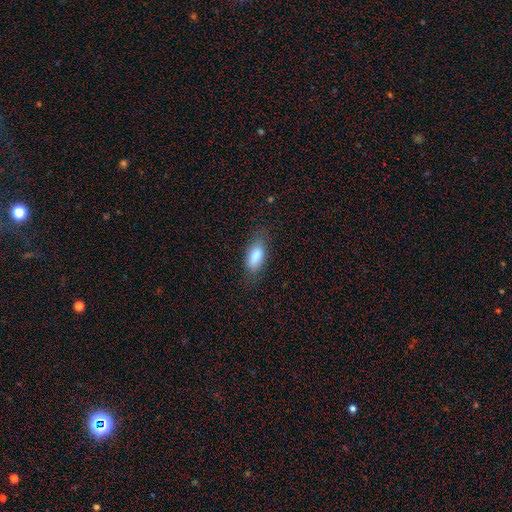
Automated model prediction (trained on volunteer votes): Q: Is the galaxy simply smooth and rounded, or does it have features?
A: smooth — 83%.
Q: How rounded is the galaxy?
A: in between — 87%.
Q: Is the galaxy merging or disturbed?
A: none — 72%.